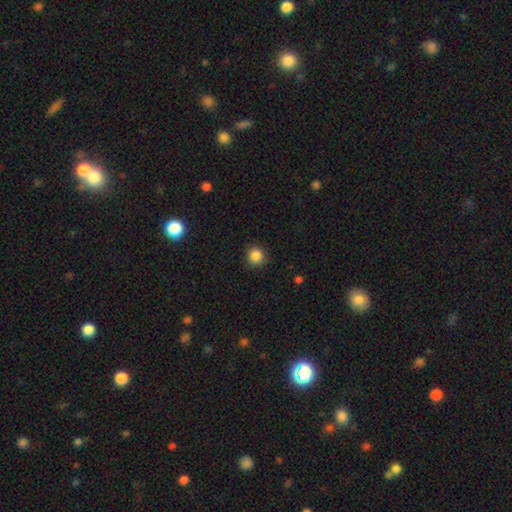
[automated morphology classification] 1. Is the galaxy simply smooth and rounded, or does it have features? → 86% smooth, 11% star or artifact, 3% featured or disk.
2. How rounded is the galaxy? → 91% round, 9% in between, 1% cigar-shaped.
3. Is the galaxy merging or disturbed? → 89% none, 8% minor disturbance, 2% major disturbance, 1% merger.